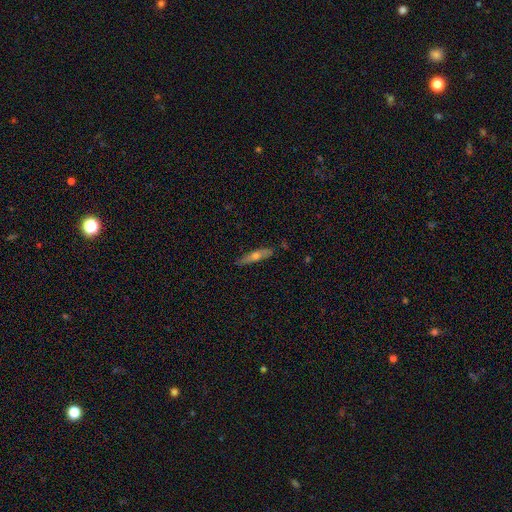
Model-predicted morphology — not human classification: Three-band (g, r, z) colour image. It shows a smooth galaxy with no disk features (49%). Merging: none (85%).